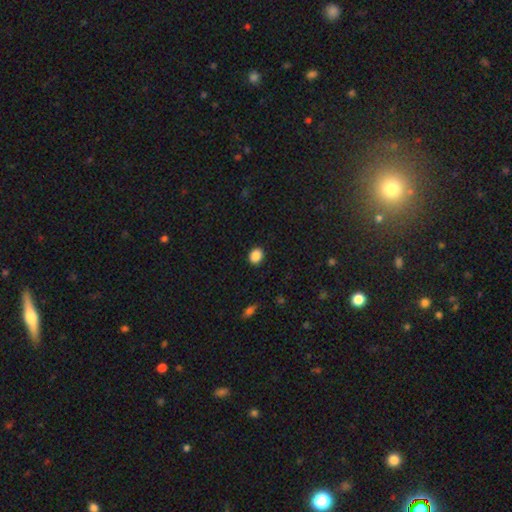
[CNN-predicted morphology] A smooth galaxy with no disk features (88%) that is round (62%).

Vote fractions:
- Smooth or featured? smooth: 88% / star or artifact: 9% / featured or disk: 3%
- How rounded? round: 62% / in between: 38% / cigar-shaped: 1%
- Merging? none: 91% / minor disturbance: 6% / major disturbance: 2% / merger: 1%